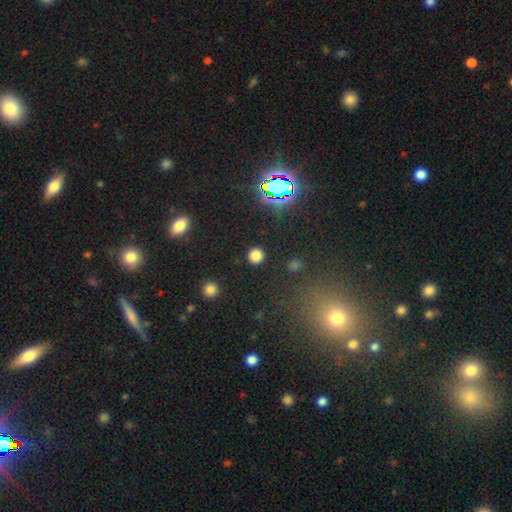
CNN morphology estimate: Overall: smooth (78%). How rounded: round (91%). Merging: none (91%).